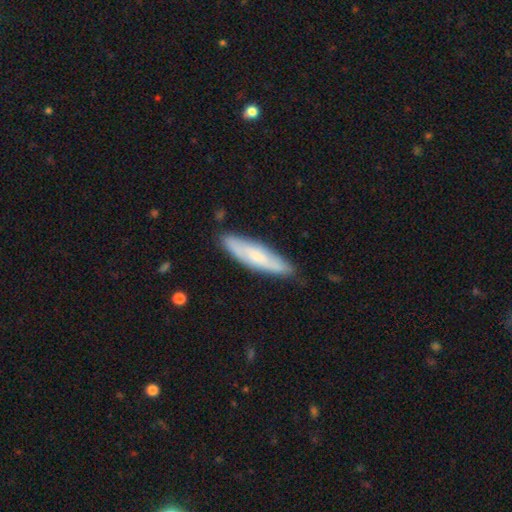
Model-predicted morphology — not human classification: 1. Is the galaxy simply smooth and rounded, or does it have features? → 59% smooth, 36% featured or disk, 6% star or artifact.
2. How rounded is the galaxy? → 72% cigar-shaped, 26% in between, 1% round.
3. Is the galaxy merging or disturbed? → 81% none, 15% minor disturbance, 2% major disturbance, 2% merger.